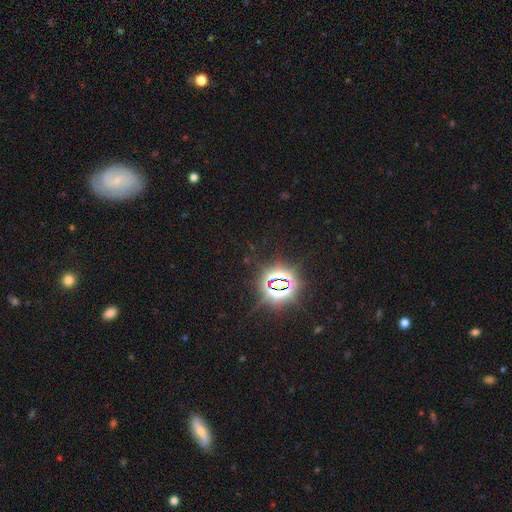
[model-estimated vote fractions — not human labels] The model was most divided on "smooth or featured": star or artifact: 76%, smooth: 14%, featured or disk: 9%.